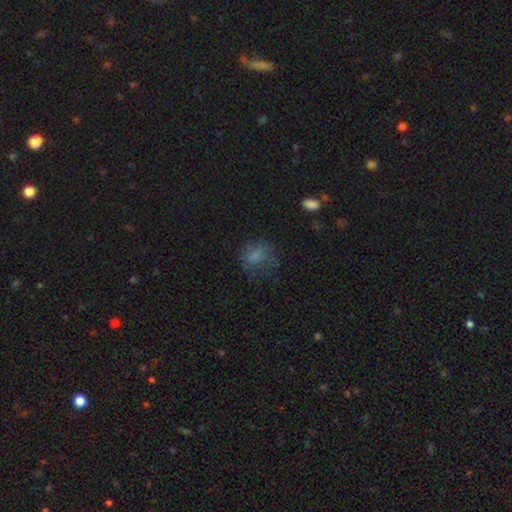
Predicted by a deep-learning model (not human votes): Smooth or featured?
  - smooth: 67% *
  - featured or disk: 18%
  - star or artifact: 16%
How rounded?
  - round: 53% *
  - in between: 45%
  - cigar-shaped: 2%
Merging?
  - none: 49% *
  - major disturbance: 25%
  - minor disturbance: 24%
  - merger: 2%